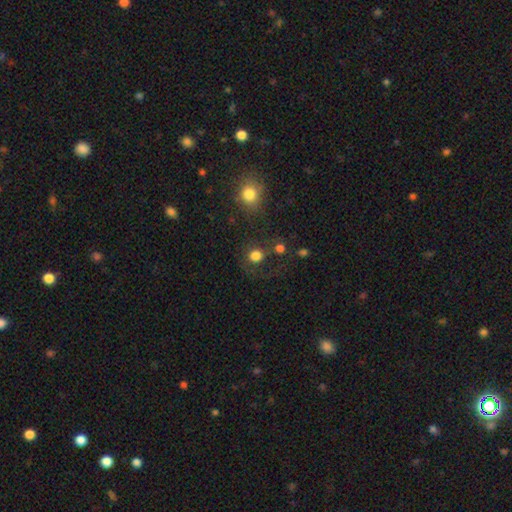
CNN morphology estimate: smooth_or_featured: smooth (p=0.79) [alt: star or artifact p=0.14]
how_rounded: round (p=0.88) [alt: in between p=0.11]
merging: none (p=0.67) [alt: merger p=0.12]